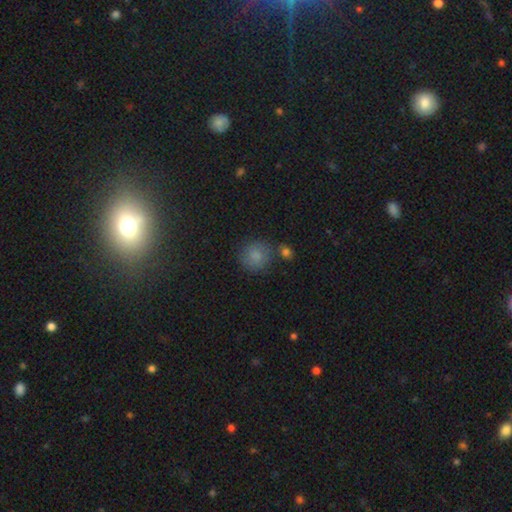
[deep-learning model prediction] This appears to be a smooth galaxy with no disk features (82%) that is round (89%). Merging: none (69%).